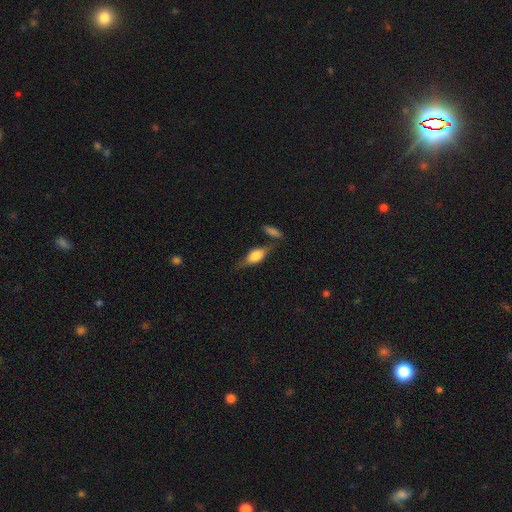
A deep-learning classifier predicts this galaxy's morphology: A smooth galaxy with no disk features (54%) that is in between round and cigar-shaped (71%).

Vote fractions:
- Smooth or featured? smooth: 54% / featured or disk: 38% / star or artifact: 8%
- How rounded? in between: 71% / cigar-shaped: 23% / round: 5%
- Merging? none: 62% / minor disturbance: 20% / merger: 11% / major disturbance: 7%